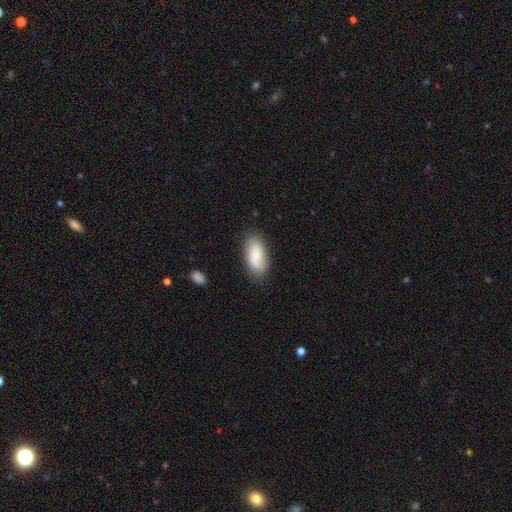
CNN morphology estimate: smooth-or-featured: smooth: 72% | featured or disk: 22% | star or artifact: 6%
  how-rounded: in between: 89% | cigar-shaped: 8% | round: 3%
  merging: none: 79% | minor disturbance: 15% | major disturbance: 4% | merger: 2%